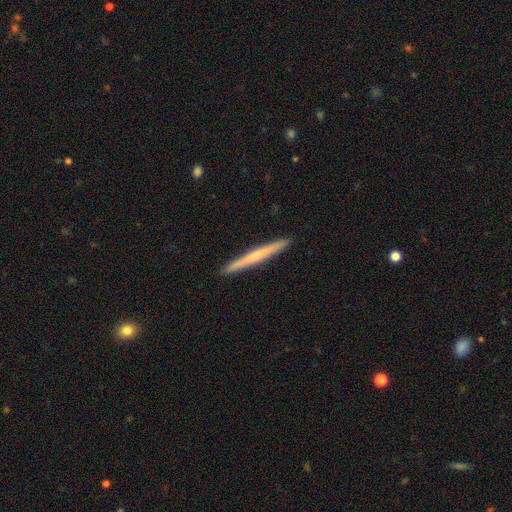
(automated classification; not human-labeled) Q: Smooth or featured?
A: smooth (49%); runner-up: featured or disk (46%)
Q: Merging?
A: none (93%); runner-up: minor disturbance (5%)